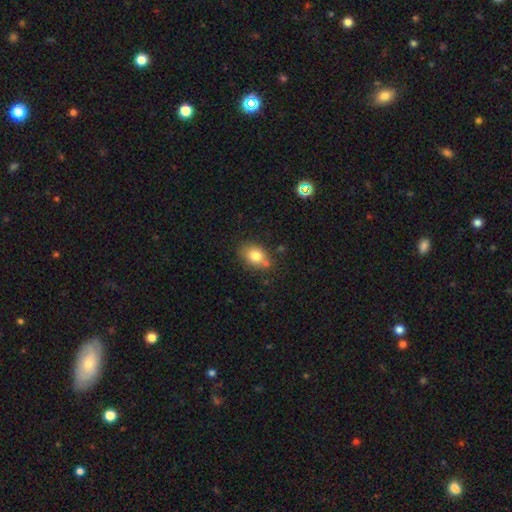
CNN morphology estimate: Q: Smooth or featured?
A: smooth (79%); runner-up: featured or disk (11%)
Q: How rounded?
A: in between (64%); runner-up: round (35%)
Q: Merging?
A: none (69%); runner-up: minor disturbance (16%)